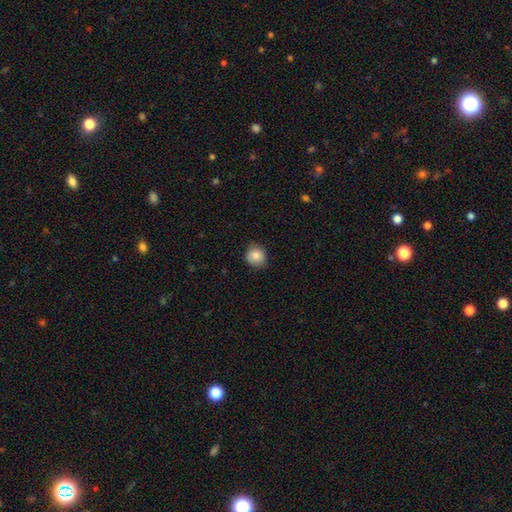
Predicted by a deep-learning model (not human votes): This appears to be a smooth galaxy with no disk features (84%) that is round (84%). Merging: none (82%).